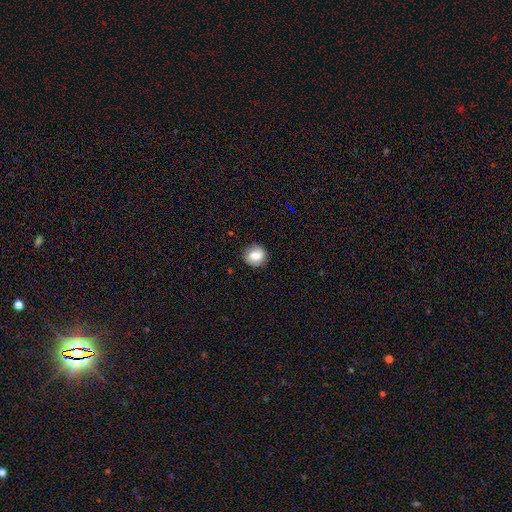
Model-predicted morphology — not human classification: smooth-or-featured: smooth: 77% | featured or disk: 13% | star or artifact: 9%
  how-rounded: round: 77% | in between: 22% | cigar-shaped: 1%
  merging: none: 83% | minor disturbance: 13% | major disturbance: 3% | merger: 1%